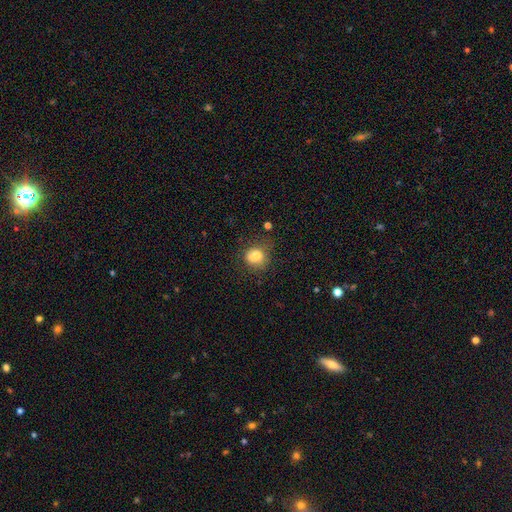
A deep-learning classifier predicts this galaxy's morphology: smooth_or_featured: smooth (p=0.78) [alt: featured or disk p=0.11]
how_rounded: round (p=0.62) [alt: in between p=0.37]
merging: none (p=0.53) [alt: minor disturbance p=0.27]